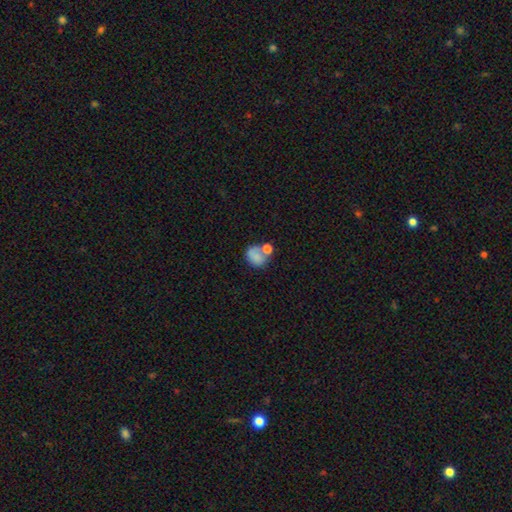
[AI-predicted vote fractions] The model was most divided on "merging": none: 39%, merger: 32%, minor disturbance: 17%, major disturbance: 11%. More confident: smooth or featured — smooth (72%); how rounded — round (58%).